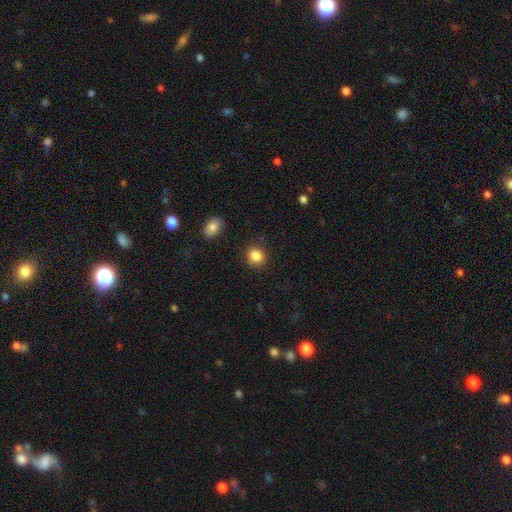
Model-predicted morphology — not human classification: The model was most divided on "how rounded": round: 82%, in between: 17%, cigar-shaped: 1%. More confident: merging — none (88%); smooth or featured — smooth (86%).